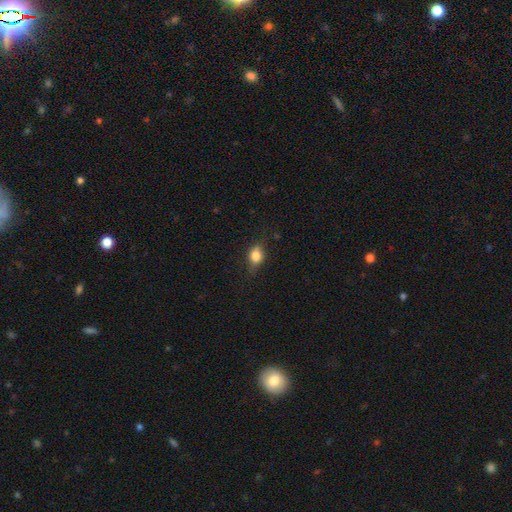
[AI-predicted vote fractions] A smooth galaxy with no disk features (73%) that is in between round and cigar-shaped (58%).

Vote fractions:
- Smooth or featured? smooth: 73% / featured or disk: 17% / star or artifact: 10%
- How rounded? in between: 58% / round: 38% / cigar-shaped: 4%
- Merging? none: 72% / minor disturbance: 22% / major disturbance: 6% / merger: 1%